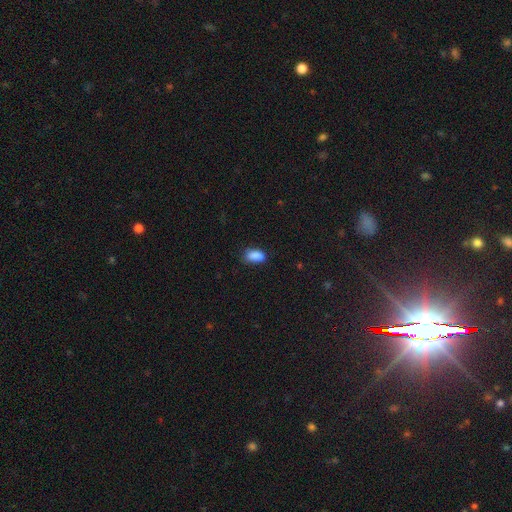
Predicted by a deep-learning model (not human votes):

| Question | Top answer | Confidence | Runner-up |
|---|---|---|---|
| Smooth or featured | smooth | 88% | star or artifact (9%) |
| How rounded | in between | 91% | round (5%) |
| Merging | none | 72% | minor disturbance (22%) |